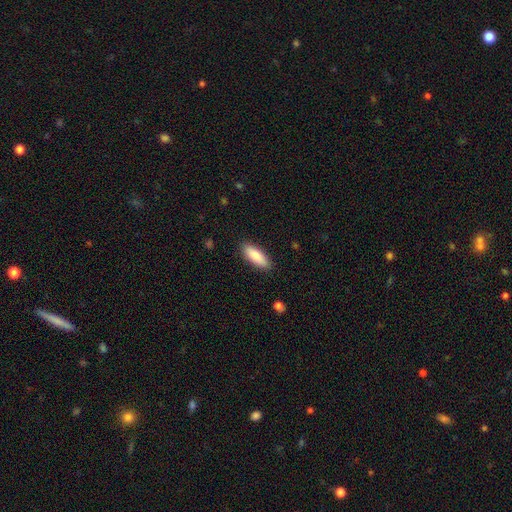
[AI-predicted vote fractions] smooth 86%, featured or disk 8%, star or artifact 6%. Down the decision tree: how rounded — in between (62%); merging — none (88%).